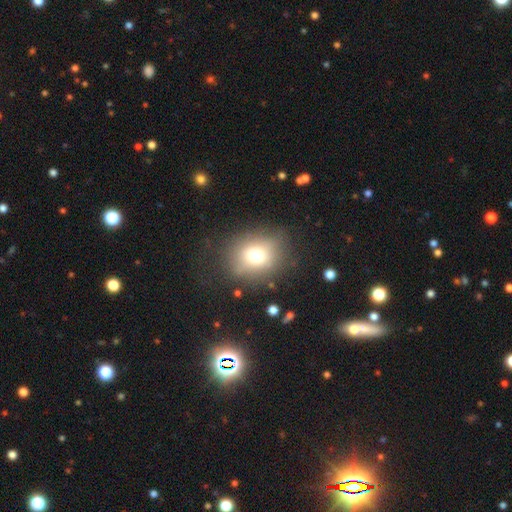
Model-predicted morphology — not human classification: smooth_or_featured: smooth (p=0.70) [alt: featured or disk p=0.16]
how_rounded: round (p=0.63) [alt: in between p=0.35]
merging: none (p=0.74) [alt: minor disturbance p=0.16]